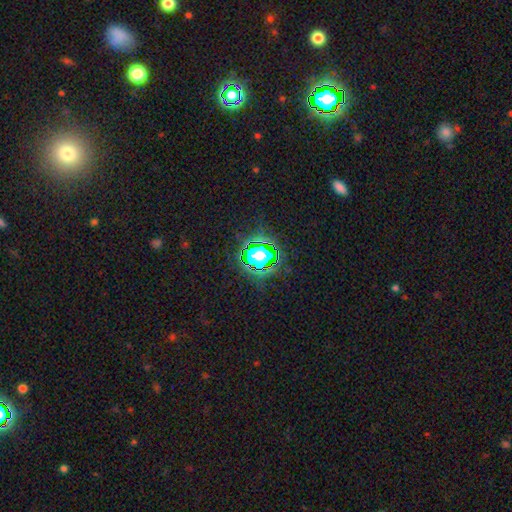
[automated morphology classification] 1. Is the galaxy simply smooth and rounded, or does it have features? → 80% star or artifact, 13% smooth, 7% featured or disk.